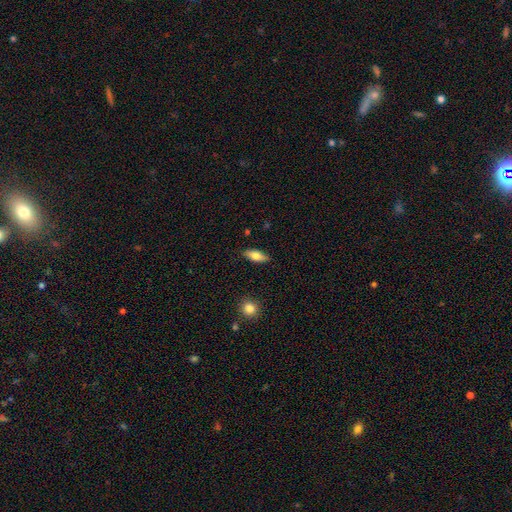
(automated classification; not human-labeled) A smooth galaxy with no disk features (70%) that is in between round and cigar-shaped (76%). Merging: none (86%).